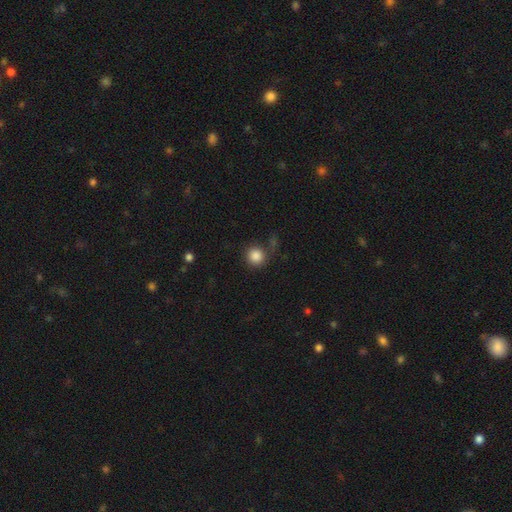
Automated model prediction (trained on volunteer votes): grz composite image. It shows a smooth galaxy with no disk features (86%) that is round (93%). Merging: none (76%).